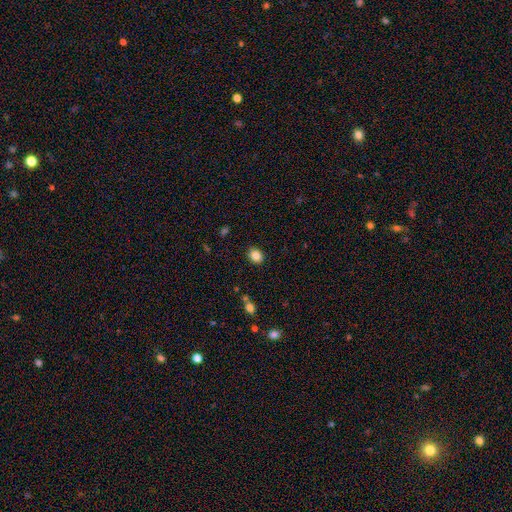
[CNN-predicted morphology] Q: Smooth or featured?
A: smooth (85%); runner-up: star or artifact (10%)
Q: How rounded?
A: in between (53%); runner-up: round (46%)
Q: Merging?
A: none (87%); runner-up: minor disturbance (10%)